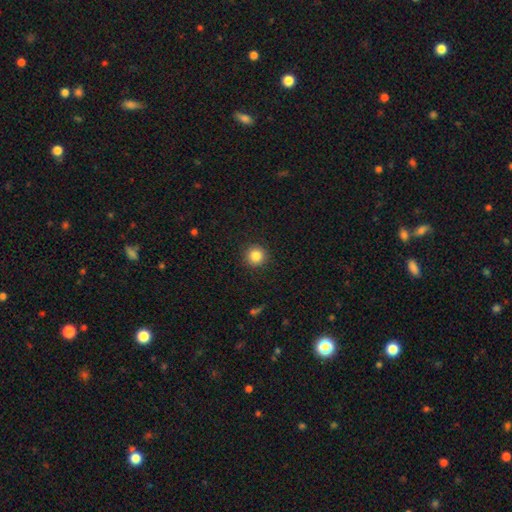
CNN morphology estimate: A smooth galaxy with no disk features (85%) that is round (95%).

Vote fractions:
- Smooth or featured? smooth: 85% / star or artifact: 10% / featured or disk: 5%
- How rounded? round: 95% / in between: 4% / cigar-shaped: 1%
- Merging? none: 92% / minor disturbance: 5% / major disturbance: 2% / merger: 1%